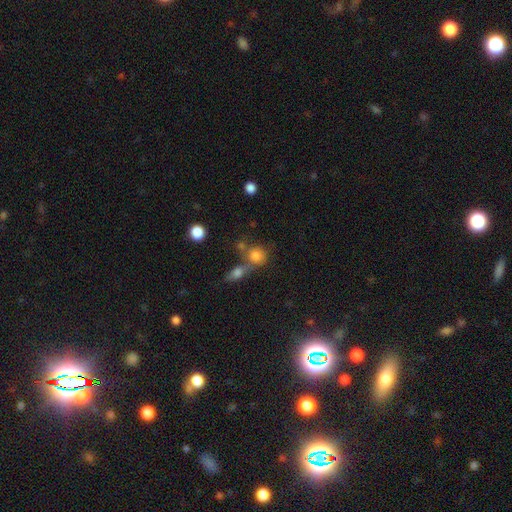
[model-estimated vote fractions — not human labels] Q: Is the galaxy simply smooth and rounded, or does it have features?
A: smooth — 79%.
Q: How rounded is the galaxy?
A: round — 78%.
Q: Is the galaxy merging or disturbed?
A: none — 48%.